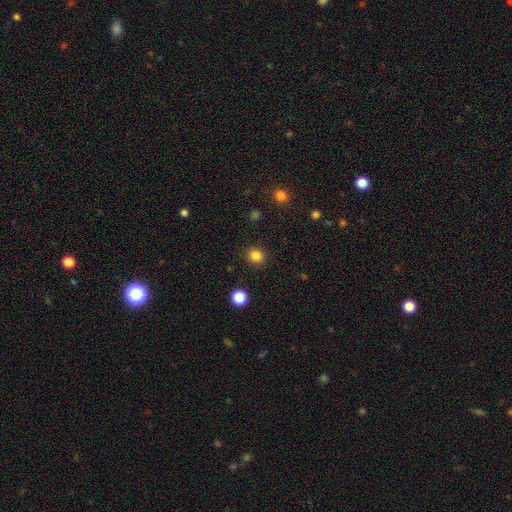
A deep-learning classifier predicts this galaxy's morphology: smooth-or-featured: smooth: 84% | star or artifact: 13% | featured or disk: 3%
  how-rounded: round: 86% | in between: 13% | cigar-shaped: 1%
  merging: none: 91% | minor disturbance: 6% | major disturbance: 2% | merger: 1%